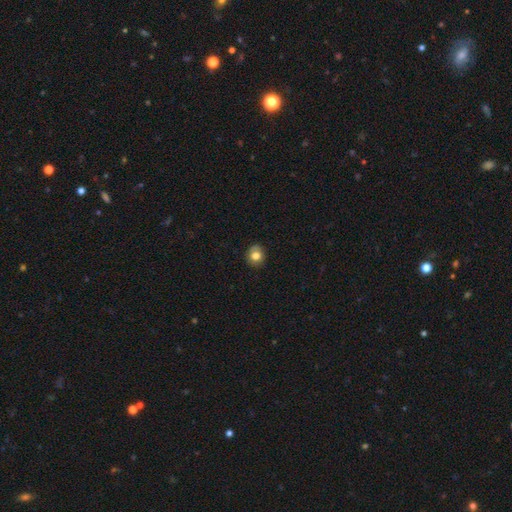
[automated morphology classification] Smooth or featured? Predicted: smooth (p=0.78). How rounded? Predicted: round (p=0.80). Merging? Predicted: none (p=0.82).